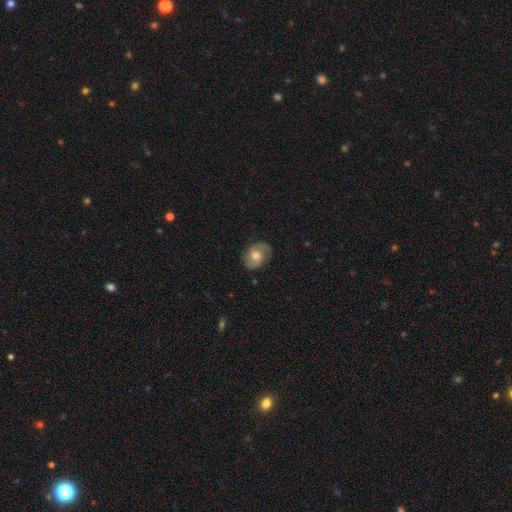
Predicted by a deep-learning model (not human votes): smooth-or-featured: featured or disk: 52% | smooth: 40% | star or artifact: 8%
  disk-edge-on: no: 96% | yes: 4%
    bar: no: 69% | weak: 26% | strong: 4%
    has-spiral-arms: yes: 84% | no: 16%
    bulge-size: moderate: 69% | small: 18% | large: 10% | none: 2% | dominant: 1%
  merging: none: 77% | minor disturbance: 17% | major disturbance: 5% | merger: 1%